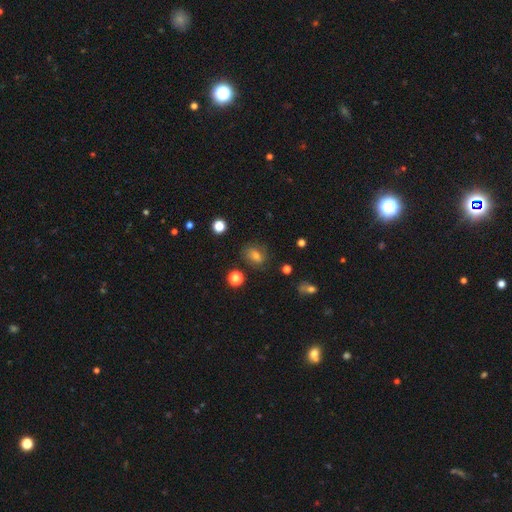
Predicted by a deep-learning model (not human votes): smooth 64%, featured or disk 18%, star or artifact 18%. Down the decision tree: how rounded — in between (55%); merging — none (77%).